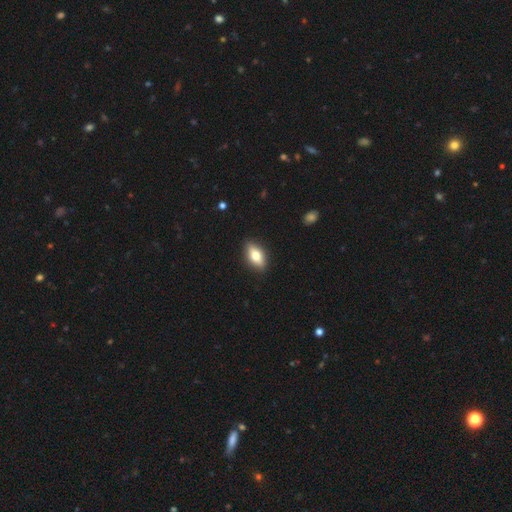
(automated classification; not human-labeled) Smooth or featured? Predicted: smooth (p=0.71). How rounded? Predicted: in between (p=0.85). Merging? Predicted: none (p=0.88).